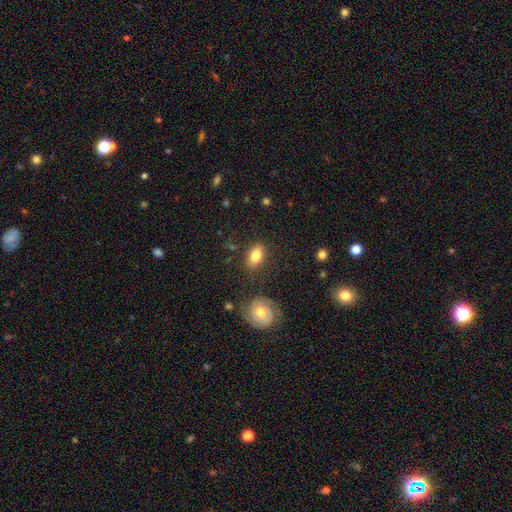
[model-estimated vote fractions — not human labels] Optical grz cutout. It shows a smooth galaxy with no disk features (80%) that is in between round and cigar-shaped (86%). Merging: none (82%).